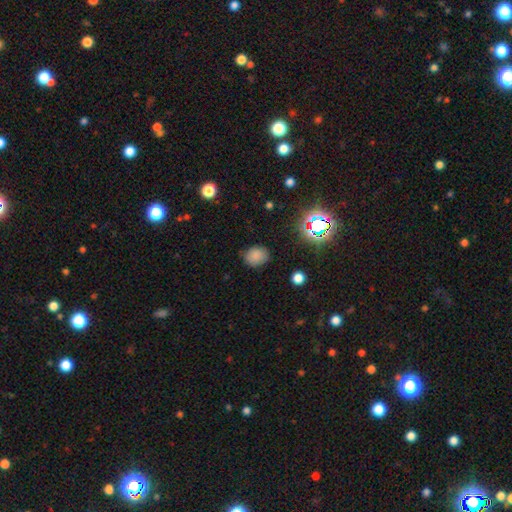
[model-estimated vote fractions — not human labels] Smooth or featured? Predicted: smooth (p=0.79). How rounded? Predicted: round (p=0.54). Merging? Predicted: none (p=0.80).